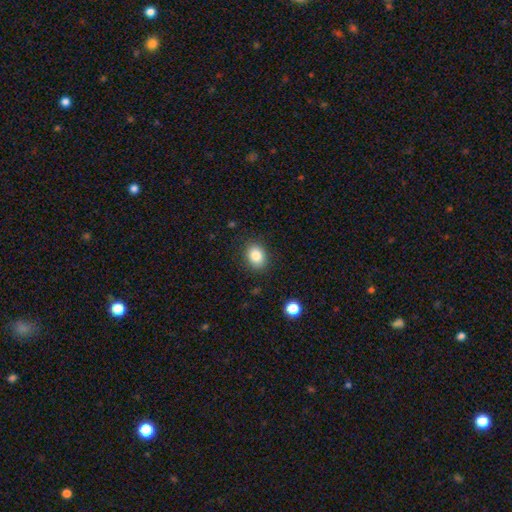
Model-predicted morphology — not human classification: A smooth galaxy with no disk features (84%) that is in between round and cigar-shaped (61%).

Vote fractions:
- Smooth or featured? smooth: 84% / star or artifact: 9% / featured or disk: 6%
- How rounded? in between: 61% / round: 38% / cigar-shaped: 1%
- Merging? none: 87% / minor disturbance: 9% / major disturbance: 3% / merger: 1%